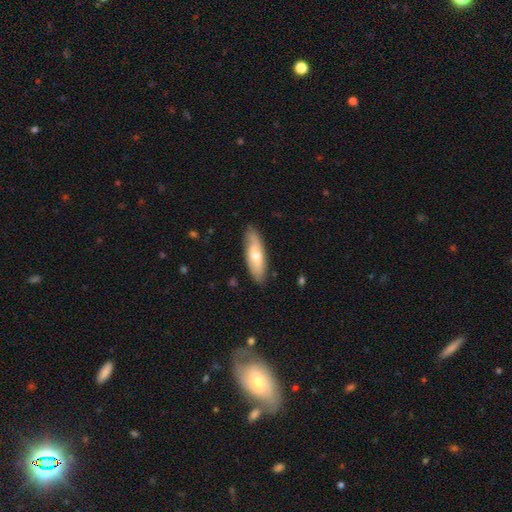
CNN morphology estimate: The model was most divided on "smooth or featured": smooth: 55%, featured or disk: 40%, star or artifact: 5%. More confident: merging — none (81%); how rounded — in between (62%).